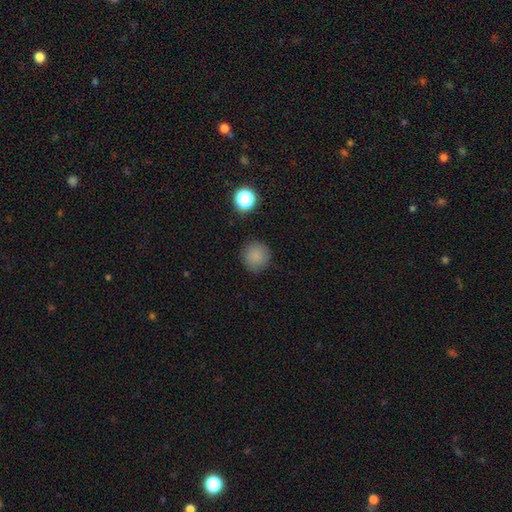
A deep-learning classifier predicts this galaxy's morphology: This appears to be a smooth galaxy with no disk features (83%) that is round (94%). Merging: none (88%).